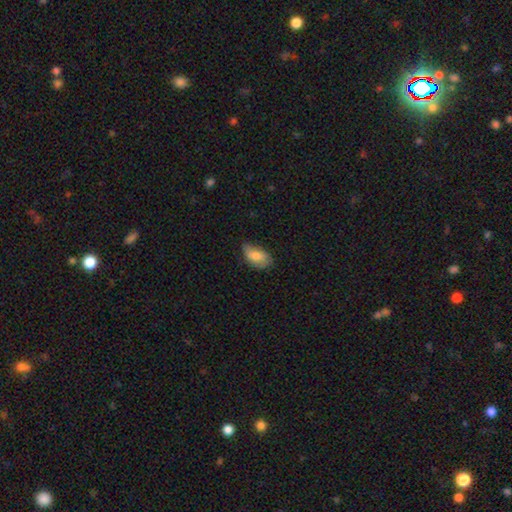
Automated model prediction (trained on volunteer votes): smooth_or_featured: smooth (p=0.77) [alt: featured or disk p=0.17]
how_rounded: in between (p=0.93) [alt: round p=0.05]
merging: none (p=0.58) [alt: minor disturbance p=0.33]